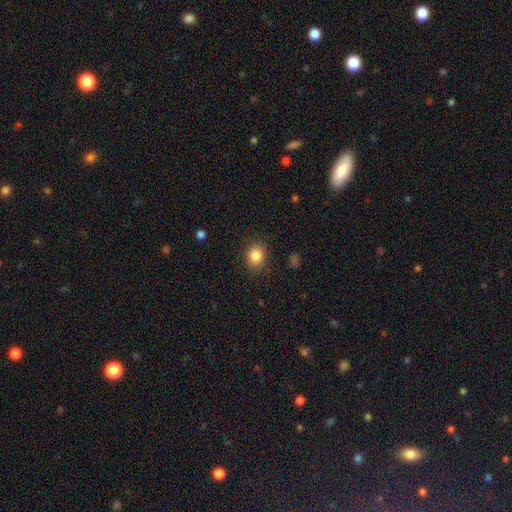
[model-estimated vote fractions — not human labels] This appears to be a smooth galaxy with no disk features (86%) that is in between round and cigar-shaped (50%). Merging: none (84%).